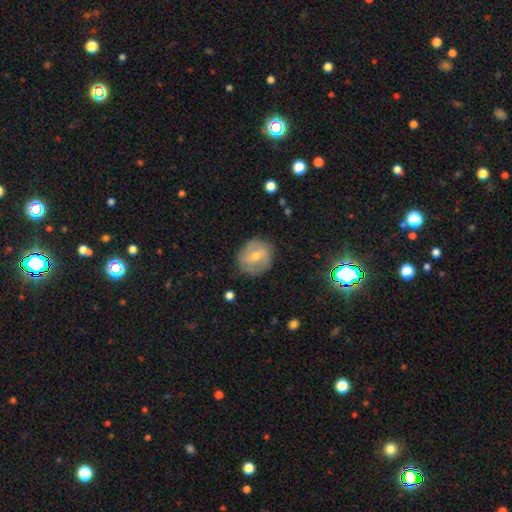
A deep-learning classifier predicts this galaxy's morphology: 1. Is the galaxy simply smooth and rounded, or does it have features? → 53% featured or disk, 35% smooth, 12% star or artifact.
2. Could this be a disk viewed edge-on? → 94% no, 6% yes.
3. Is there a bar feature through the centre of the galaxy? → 48% weak, 27% strong, 25% no.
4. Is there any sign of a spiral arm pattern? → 62% yes, 38% no.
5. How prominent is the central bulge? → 54% moderate, 41% small, 2% large, 2% none, 1% dominant.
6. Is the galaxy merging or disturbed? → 81% none, 14% minor disturbance, 4% major disturbance, 1% merger.